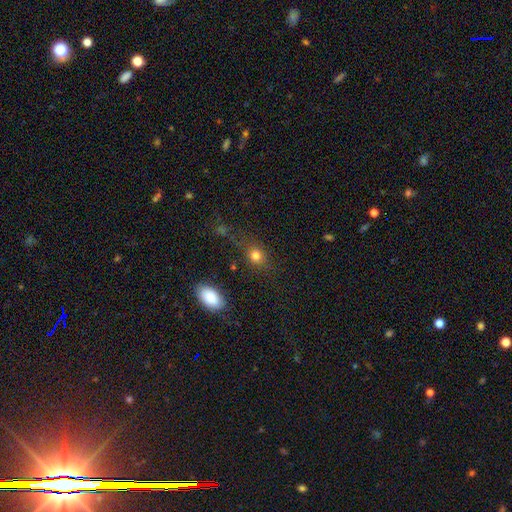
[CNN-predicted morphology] Smooth or featured?
  - smooth: 79% *
  - star or artifact: 14%
  - featured or disk: 7%
How rounded?
  - round: 60% *
  - in between: 38%
  - cigar-shaped: 2%
Merging?
  - none: 74% *
  - minor disturbance: 13%
  - major disturbance: 6%
  - merger: 6%